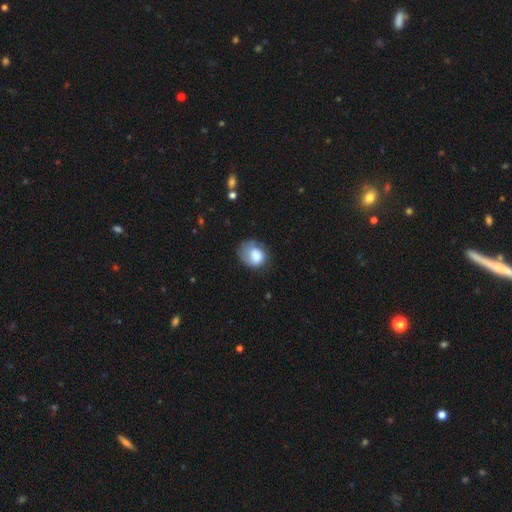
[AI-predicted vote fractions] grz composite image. It shows a smooth galaxy with no disk features (75%) that is in between round and cigar-shaped (51%). Merging: none (41%).